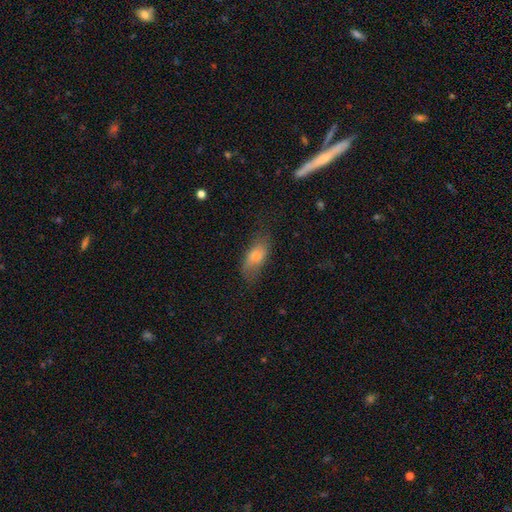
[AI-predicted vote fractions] Q: Smooth or featured?
A: smooth (71%); runner-up: featured or disk (20%)
Q: How rounded?
A: in between (80%); runner-up: cigar-shaped (16%)
Q: Merging?
A: none (57%); runner-up: minor disturbance (27%)